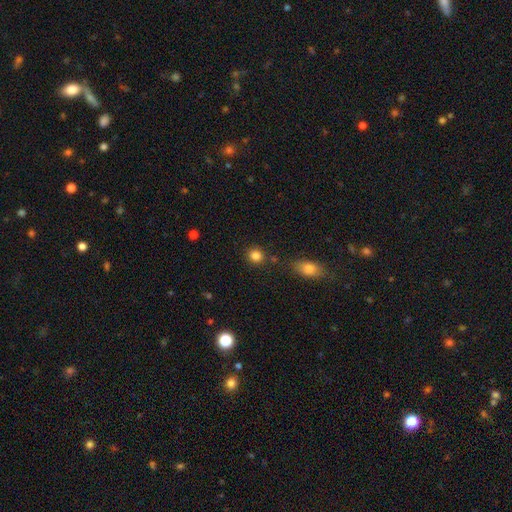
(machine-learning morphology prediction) A smooth galaxy with no disk features (84%) that is round (86%).

Vote fractions:
- Smooth or featured? smooth: 84% / star or artifact: 11% / featured or disk: 5%
- How rounded? round: 86% / in between: 13% / cigar-shaped: 1%
- Merging? none: 81% / minor disturbance: 9% / merger: 7% / major disturbance: 3%